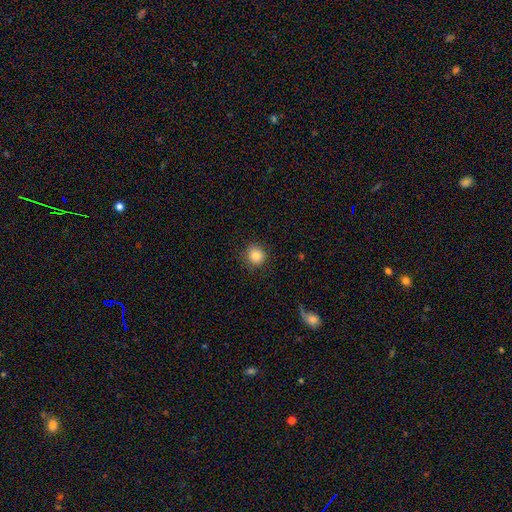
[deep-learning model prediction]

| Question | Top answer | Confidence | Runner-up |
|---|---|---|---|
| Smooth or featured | smooth | 84% | star or artifact (10%) |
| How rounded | round | 90% | in between (9%) |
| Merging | none | 88% | minor disturbance (8%) |